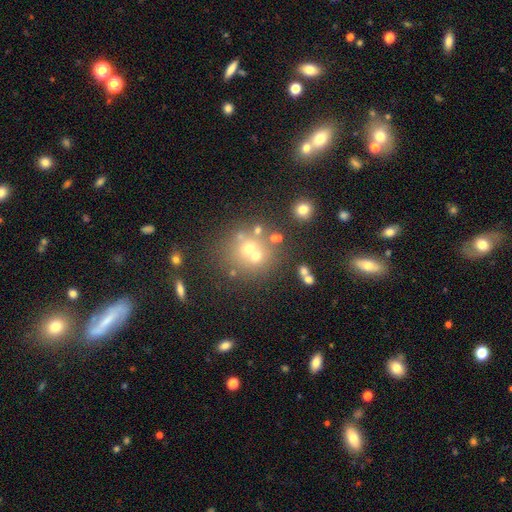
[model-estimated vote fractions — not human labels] The model was most divided on "merging": none: 54%, merger: 32%, minor disturbance: 9%, major disturbance: 5%. More confident: how rounded — round (86%); smooth or featured — smooth (56%).